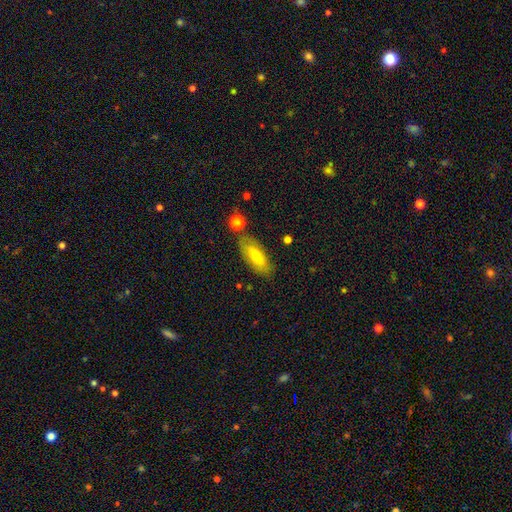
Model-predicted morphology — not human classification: A smooth galaxy with no disk features (67%) that is in between round and cigar-shaped (76%). Merging: none (75%).